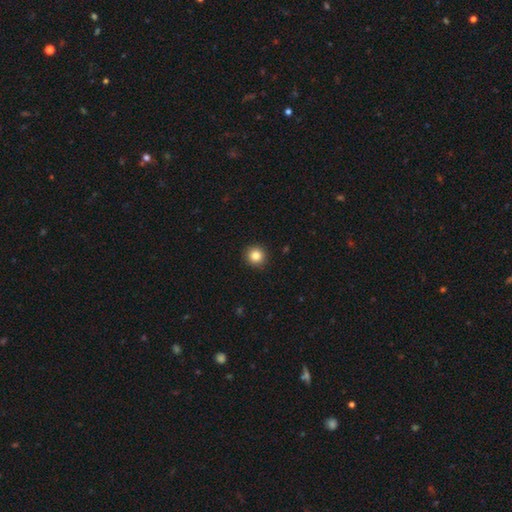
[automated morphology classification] A smooth galaxy with no disk features (84%) that is round (94%). Merging: none (92%).